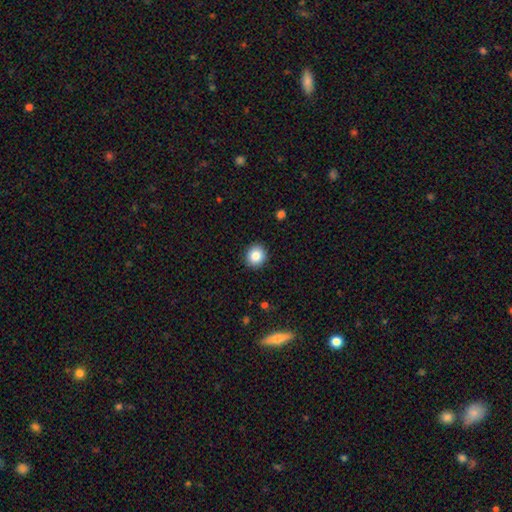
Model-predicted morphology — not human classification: The model was most divided on "smooth or featured": smooth: 85%, star or artifact: 10%, featured or disk: 6%. More confident: merging — none (92%); how rounded — round (88%).